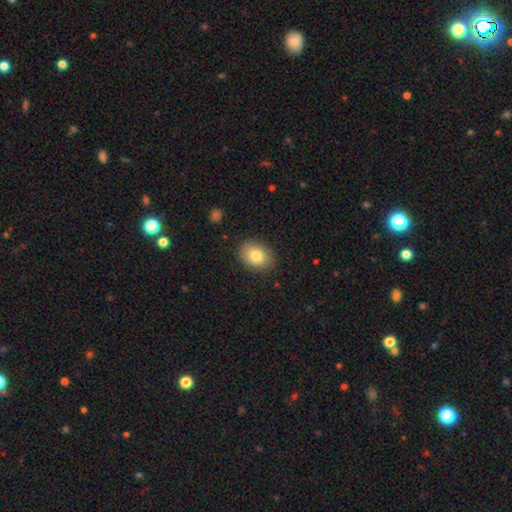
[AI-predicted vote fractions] This appears to be a smooth galaxy with no disk features (81%) that is in between round and cigar-shaped (68%). Merging: none (87%).